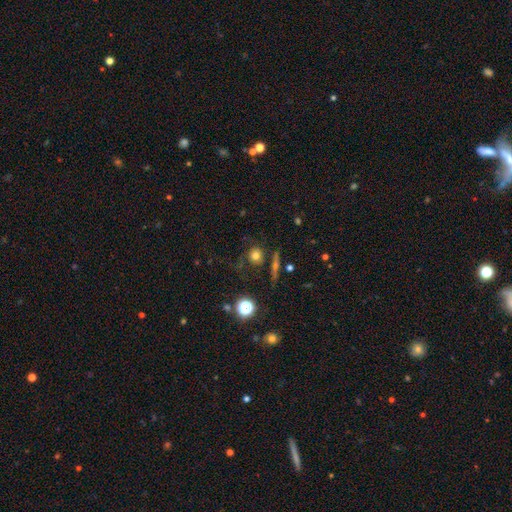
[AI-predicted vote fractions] Q: Smooth or featured?
A: smooth (67%); runner-up: star or artifact (18%)
Q: How rounded?
A: round (87%); runner-up: in between (11%)
Q: Merging?
A: none (74%); runner-up: minor disturbance (14%)